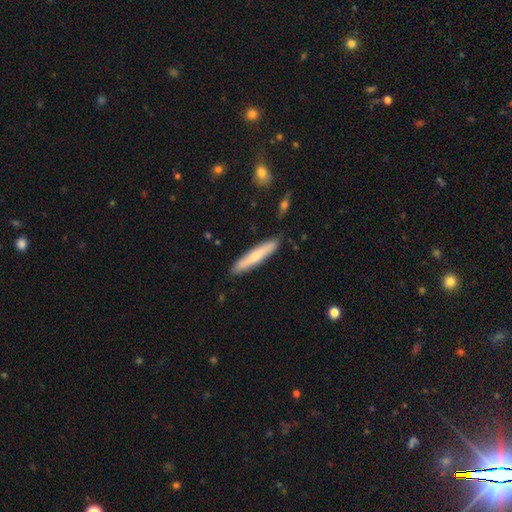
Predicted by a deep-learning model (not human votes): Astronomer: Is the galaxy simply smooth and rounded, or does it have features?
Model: smooth — 67%.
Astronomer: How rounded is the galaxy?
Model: cigar-shaped — 91%.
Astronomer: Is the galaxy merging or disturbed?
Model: none — 88%.